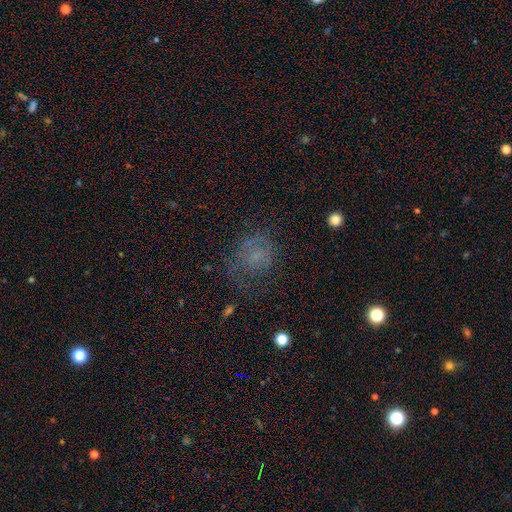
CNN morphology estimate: smooth-or-featured: smooth: 44% | featured or disk: 35% | star or artifact: 21%
  merging: none: 50% | major disturbance: 26% | minor disturbance: 22% | merger: 2%